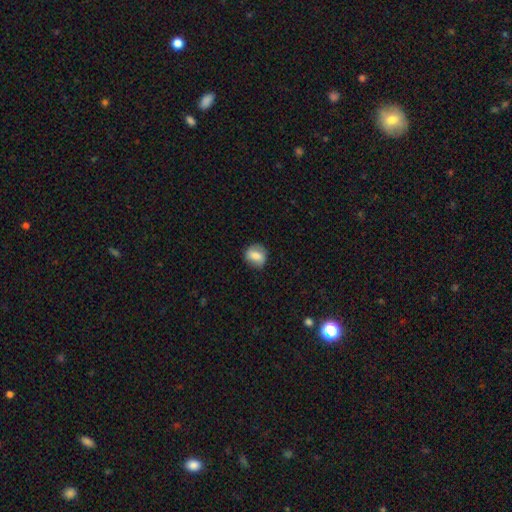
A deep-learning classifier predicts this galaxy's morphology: Overall: smooth (71%). How rounded: round (61%; in between 37%). Merging: none (77%).